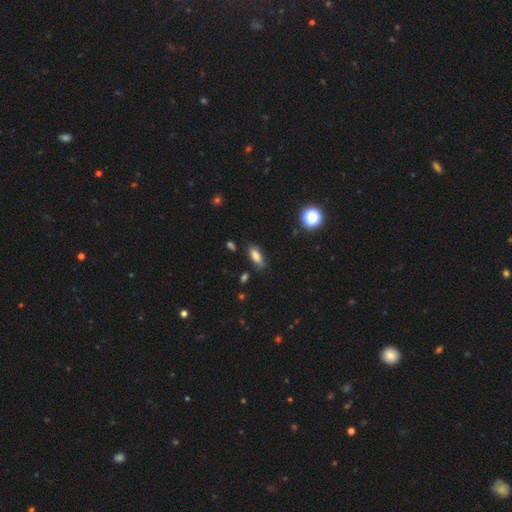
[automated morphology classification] smooth-or-featured: smooth: 78% | featured or disk: 12% | star or artifact: 10%
  how-rounded: in between: 76% | cigar-shaped: 21% | round: 3%
  merging: none: 73% | minor disturbance: 20% | major disturbance: 4% | merger: 3%